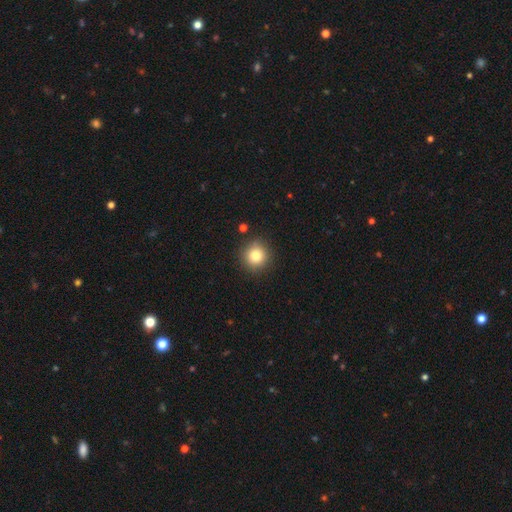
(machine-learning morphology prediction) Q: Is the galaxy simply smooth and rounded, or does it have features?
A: smooth — 82%.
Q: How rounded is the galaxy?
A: round — 93%.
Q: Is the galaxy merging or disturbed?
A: none — 89%.